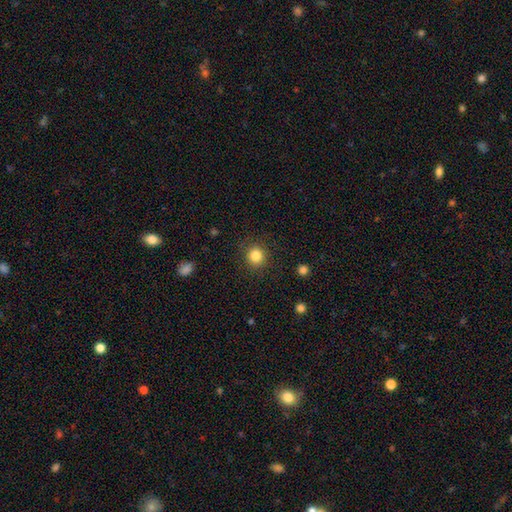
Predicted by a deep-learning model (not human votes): Smooth or featured?
  - smooth: 84% *
  - star or artifact: 11%
  - featured or disk: 5%
How rounded?
  - round: 90% *
  - in between: 9%
  - cigar-shaped: 1%
Merging?
  - none: 89% *
  - minor disturbance: 7%
  - major disturbance: 3%
  - merger: 1%